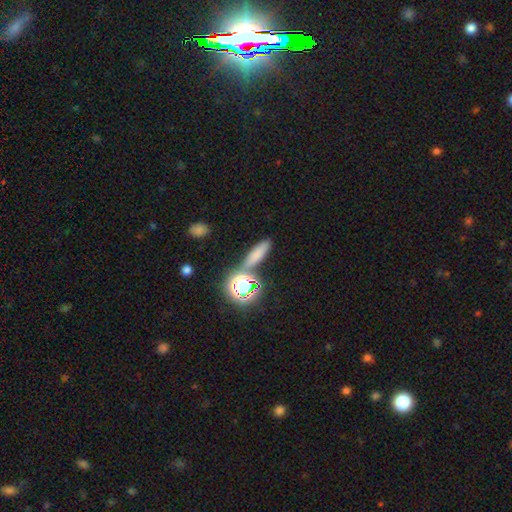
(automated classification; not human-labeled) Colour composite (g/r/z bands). It shows a smooth galaxy with no disk features (68%) that is cigar-shaped (52%). Merging: none (71%).